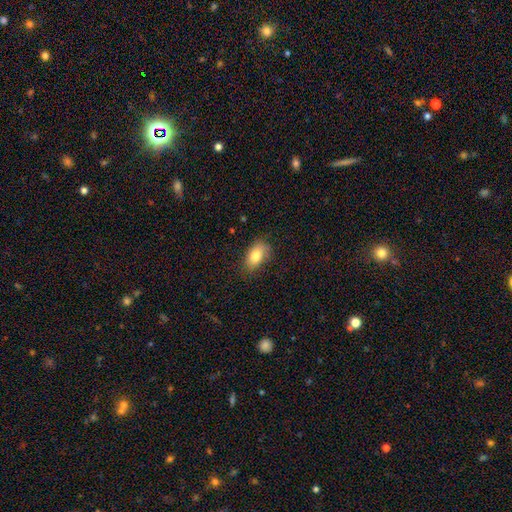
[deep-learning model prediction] A smooth galaxy with no disk features (81%) that is in between round and cigar-shaped (90%).

Vote fractions:
- Smooth or featured? smooth: 81% / featured or disk: 11% / star or artifact: 8%
- How rounded? in between: 90% / round: 7% / cigar-shaped: 3%
- Merging? none: 73% / minor disturbance: 20% / major disturbance: 5% / merger: 1%